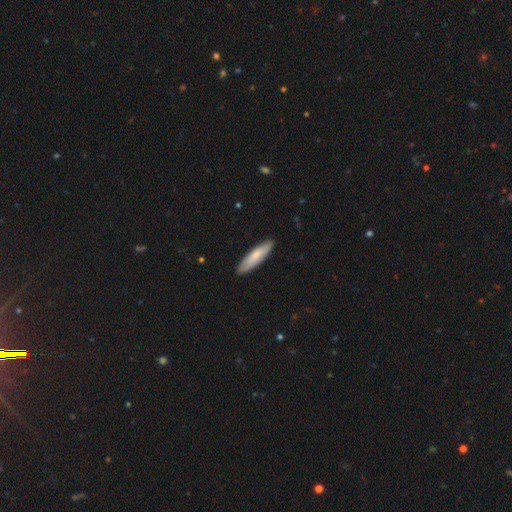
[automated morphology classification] The model was most divided on "how rounded": cigar-shaped: 74%, in between: 24%, round: 1%. More confident: merging — none (88%); smooth or featured — smooth (75%).